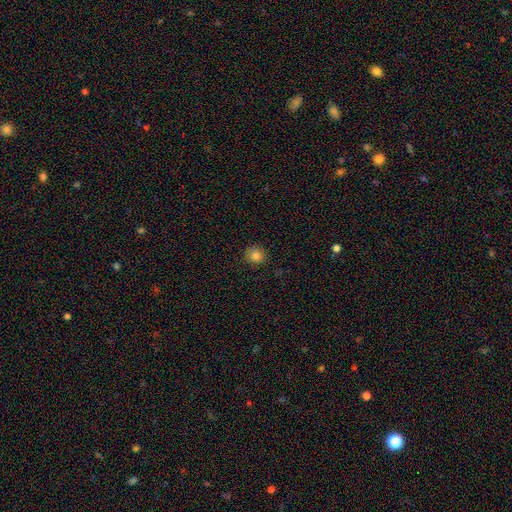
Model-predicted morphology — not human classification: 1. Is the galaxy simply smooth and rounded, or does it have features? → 82% smooth, 12% star or artifact, 6% featured or disk.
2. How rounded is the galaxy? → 87% round, 12% in between, 1% cigar-shaped.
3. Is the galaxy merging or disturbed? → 88% none, 9% minor disturbance, 2% major disturbance, 1% merger.